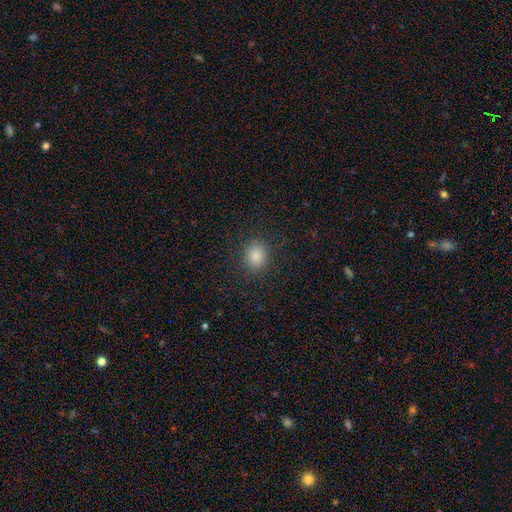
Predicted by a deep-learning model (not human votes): A smooth galaxy with no disk features (84%) that is round (72%). Merging: none (89%).